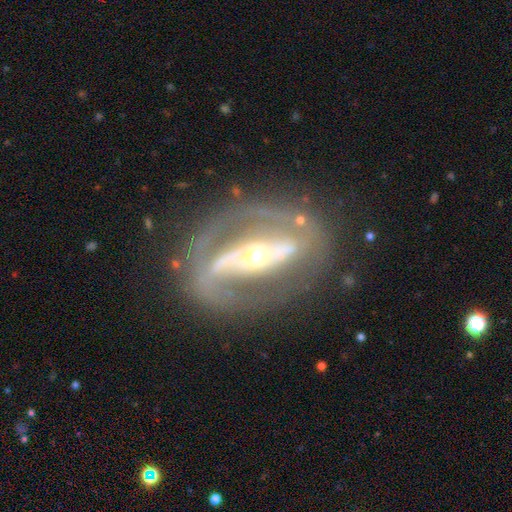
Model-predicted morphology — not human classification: A featured or disk galaxy (85%) with a strong bar (65%), 2 (81%) medium (44%) spiral arms (75%) and a moderate central bulge (54%). Merging: none (73%).